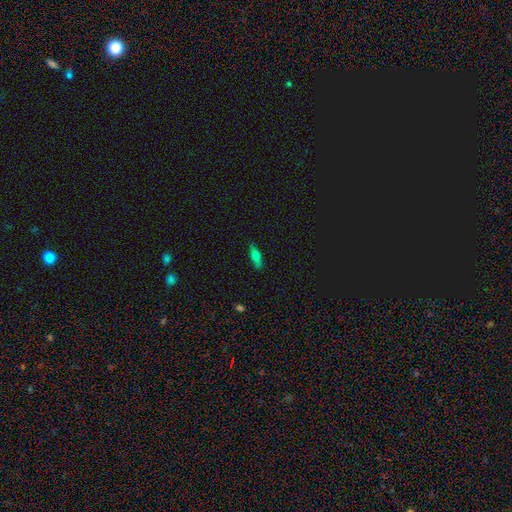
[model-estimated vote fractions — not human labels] smooth-or-featured: smooth: 65% | featured or disk: 27% | star or artifact: 8%
  how-rounded: in between: 54% | cigar-shaped: 43% | round: 3%
  merging: none: 83% | minor disturbance: 14% | major disturbance: 3% | merger: 1%